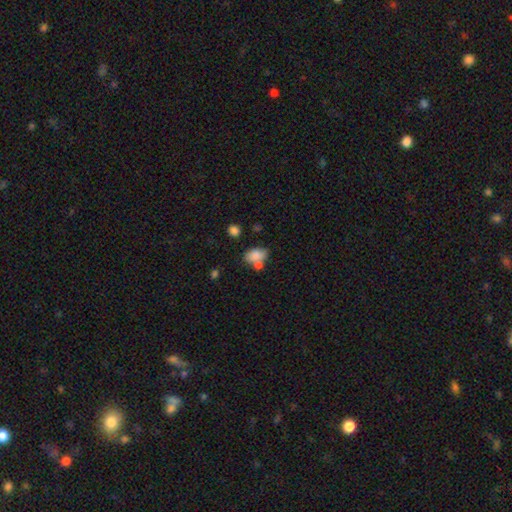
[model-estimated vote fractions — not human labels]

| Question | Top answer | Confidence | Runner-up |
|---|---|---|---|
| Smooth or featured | smooth | 81% | featured or disk (10%) |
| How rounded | in between | 86% | round (12%) |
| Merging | none | 46% | merger (30%) |